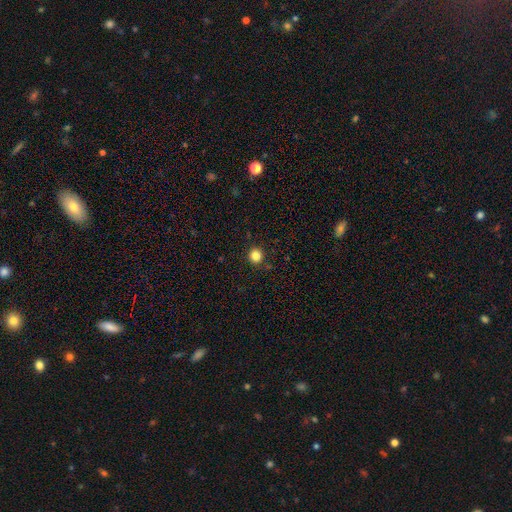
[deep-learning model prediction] smooth-or-featured: smooth: 83% | star or artifact: 12% | featured or disk: 5%
  how-rounded: round: 91% | in between: 8% | cigar-shaped: 1%
  merging: none: 91% | minor disturbance: 6% | major disturbance: 2% | merger: 2%